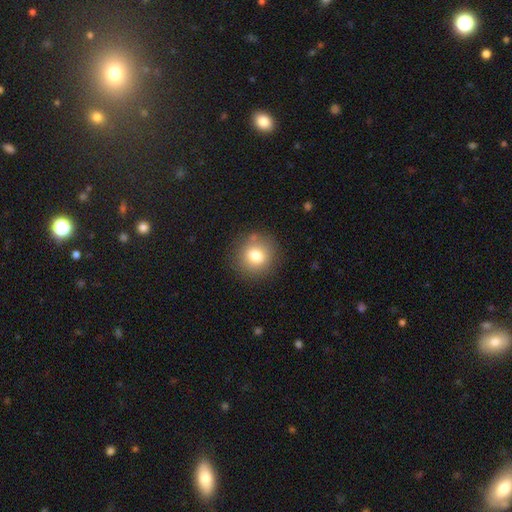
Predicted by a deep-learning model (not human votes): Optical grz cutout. It shows a smooth galaxy with no disk features (78%) that is round (90%). Merging: none (86%).